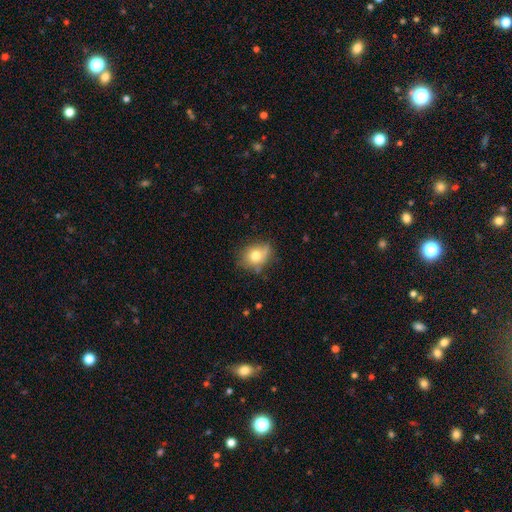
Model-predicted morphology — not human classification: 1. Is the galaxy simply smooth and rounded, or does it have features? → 72% smooth, 18% featured or disk, 10% star or artifact.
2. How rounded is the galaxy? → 53% round, 46% in between, 1% cigar-shaped.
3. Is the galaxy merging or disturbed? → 57% none, 30% minor disturbance, 9% major disturbance, 4% merger.